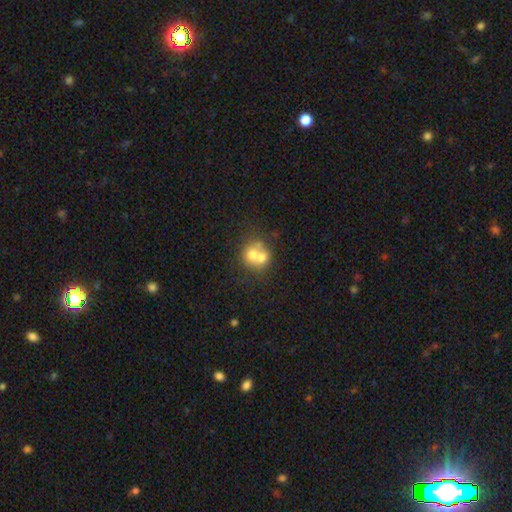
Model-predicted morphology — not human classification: A smooth galaxy with no disk features (62%) that is round (76%). Merging: merger (62%).